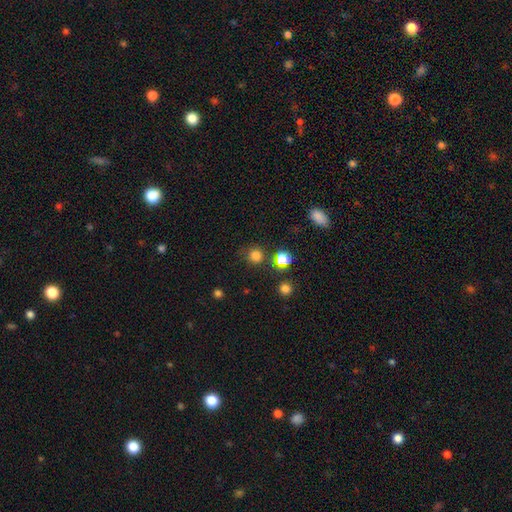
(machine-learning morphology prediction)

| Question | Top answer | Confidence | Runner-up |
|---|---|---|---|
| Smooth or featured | smooth | 77% | star or artifact (18%) |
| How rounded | round | 91% | in between (8%) |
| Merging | none | 81% | minor disturbance (10%) |